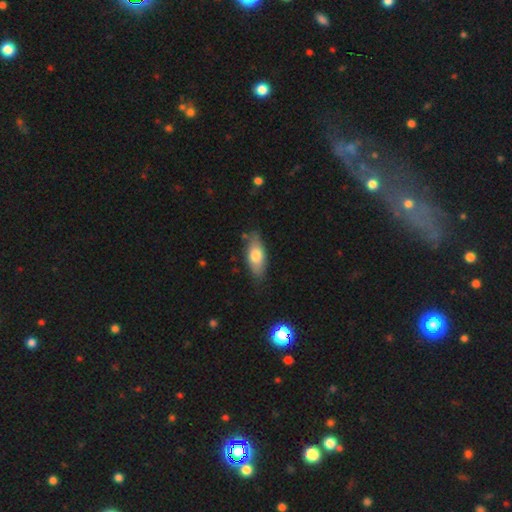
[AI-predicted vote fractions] smooth 70%, featured or disk 23%, star or artifact 6%. Down the decision tree: how rounded — in between (79%); merging — none (79%).